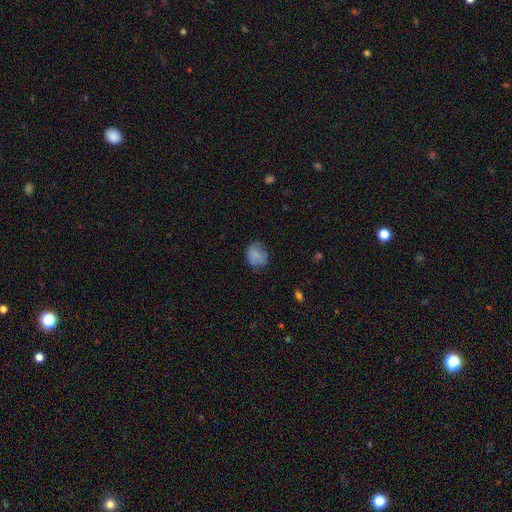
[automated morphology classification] Smooth or featured?
  - smooth: 78% *
  - featured or disk: 13%
  - star or artifact: 9%
How rounded?
  - round: 64% *
  - in between: 35%
  - cigar-shaped: 1%
Merging?
  - none: 59% *
  - minor disturbance: 29%
  - major disturbance: 10%
  - merger: 1%